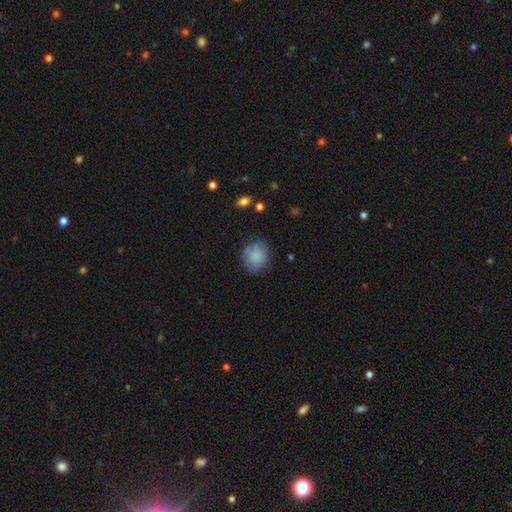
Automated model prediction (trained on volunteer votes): Smooth or featured? smooth (83%)
How rounded? round (75%)
Merging? none (72%)